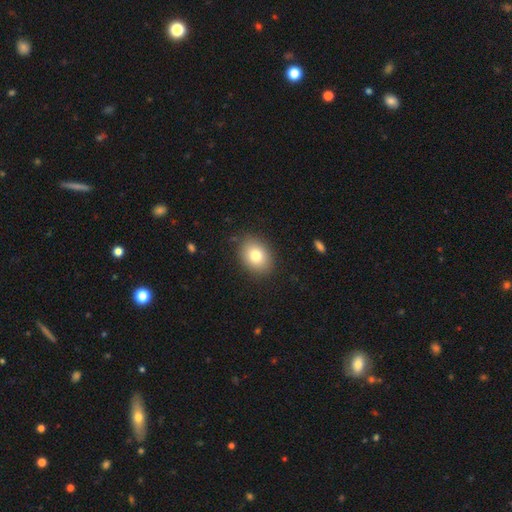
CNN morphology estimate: smooth-or-featured: smooth: 79% | featured or disk: 11% | star or artifact: 10%
  how-rounded: in between: 57% | round: 42% | cigar-shaped: 1%
  merging: none: 88% | minor disturbance: 9% | major disturbance: 3% | merger: 1%